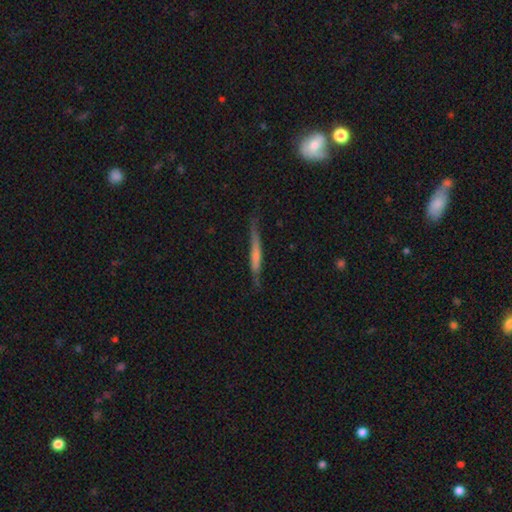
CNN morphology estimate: Smooth or featured: smooth — 50% (featured or disk — 44%)
Merging: none — 74% (minor disturbance — 20%)